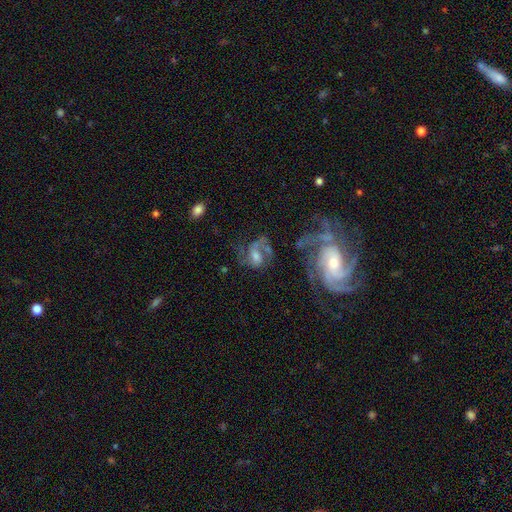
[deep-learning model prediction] smooth-or-featured: featured or disk: 75% | smooth: 15% | star or artifact: 10%
  disk-edge-on: no: 97% | yes: 3%
    bar: no: 48% | weak: 40% | strong: 12%
    has-spiral-arms: yes: 89% | no: 11%
      spiral-winding: medium: 48% | loose: 27% | tight: 26%
      spiral-arm-count: 2: 50% | can't tell: 20% | 3: 14% | 1: 8% | 4: 4% | more than 4: 4%
    bulge-size: moderate: 51% | small: 32% | large: 8% | none: 8% | dominant: 2%
  merging: none: 42% | major disturbance: 26% | minor disturbance: 17% | merger: 14%